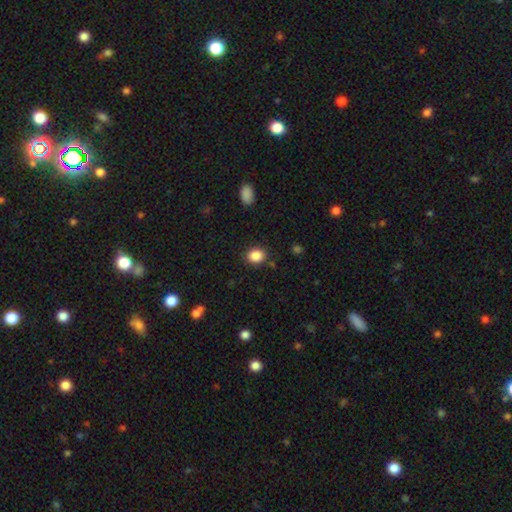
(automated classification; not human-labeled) The model was most divided on "how rounded": round: 56%, in between: 43%, cigar-shaped: 1%. More confident: smooth or featured — smooth (87%); merging — none (85%).